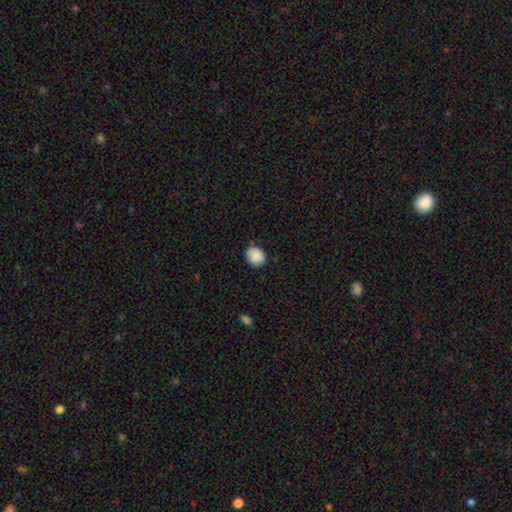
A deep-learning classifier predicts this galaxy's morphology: Q: Smooth or featured?
A: smooth (88%); runner-up: star or artifact (8%)
Q: How rounded?
A: round (73%); runner-up: in between (26%)
Q: Merging?
A: none (78%); runner-up: minor disturbance (17%)